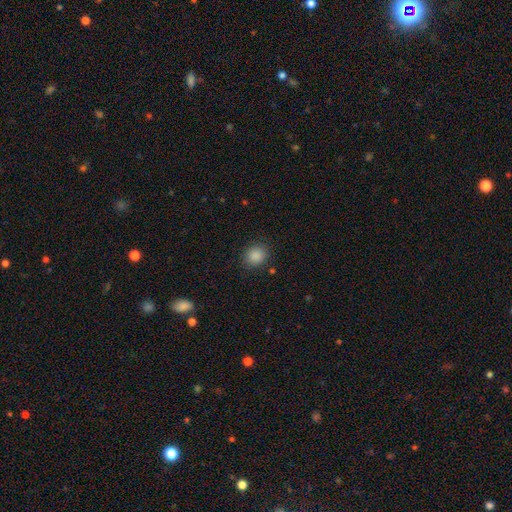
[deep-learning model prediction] smooth 87%, star or artifact 10%, featured or disk 3%. Down the decision tree: how rounded — round (76%); merging — none (87%).